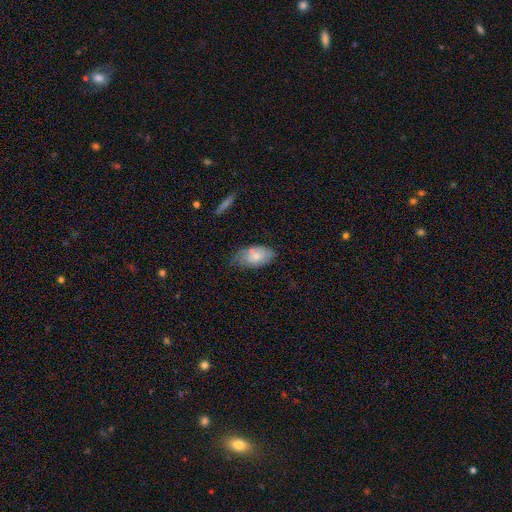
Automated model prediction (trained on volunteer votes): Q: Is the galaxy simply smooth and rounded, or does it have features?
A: smooth — 73%.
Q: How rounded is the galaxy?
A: in between — 93%.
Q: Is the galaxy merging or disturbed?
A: none — 56%.